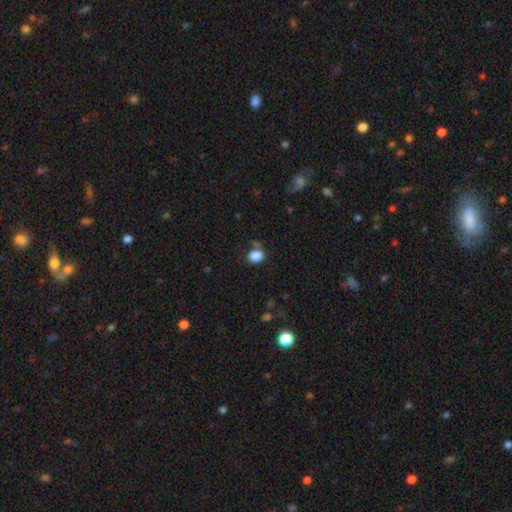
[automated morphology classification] Smooth or featured? Predicted: smooth (p=0.86). How rounded? Predicted: round (p=0.67). Merging? Predicted: none (p=0.71).